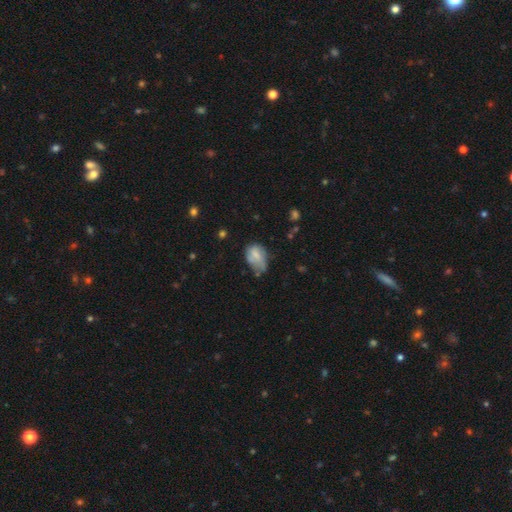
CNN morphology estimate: smooth 68%, featured or disk 23%, star or artifact 9%. Down the decision tree: how rounded — in between (82%); merging — minor disturbance (40%).